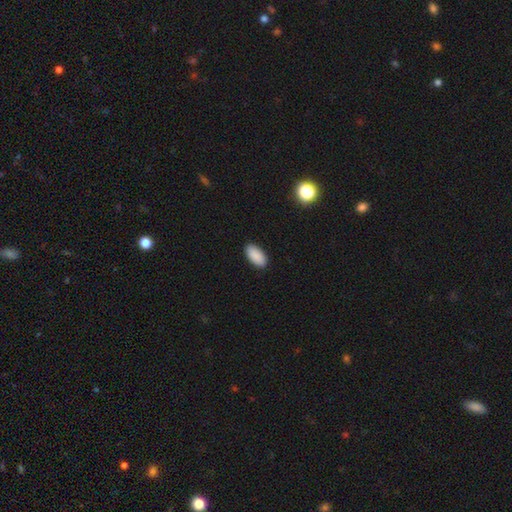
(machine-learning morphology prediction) Smooth or featured: smooth — 91% (star or artifact — 6%)
How rounded: in between — 94% (cigar-shaped — 4%)
Merging: none — 90% (minor disturbance — 7%)